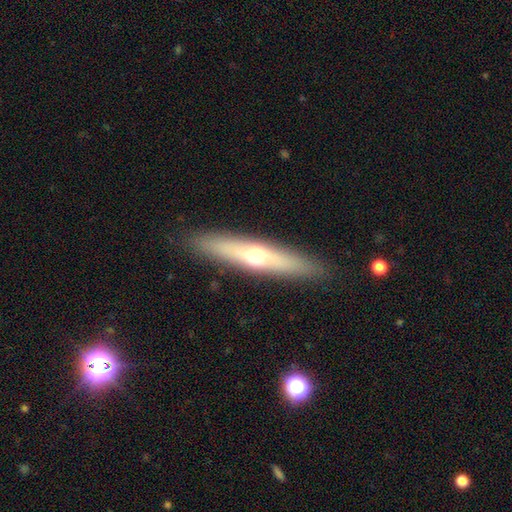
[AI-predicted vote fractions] This is possibly a featured or disk galaxy (48%). Merging: clearly none (89%).